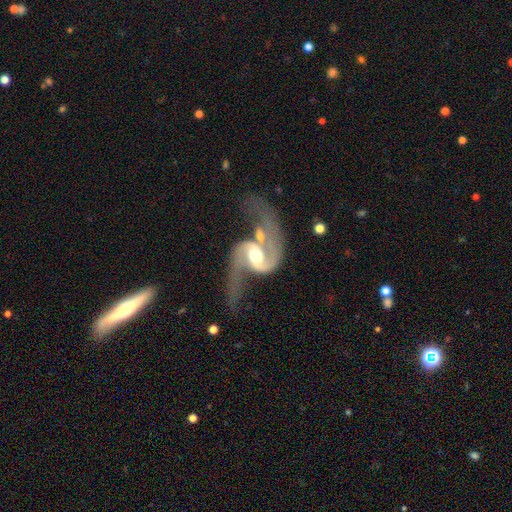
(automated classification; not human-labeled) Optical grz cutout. It shows a featured or disk galaxy (91%) with a weak bar (43%), 2 (93%) loose (62%) spiral arms (97%) and a moderate central bulge (68%). Merging: none (42%).